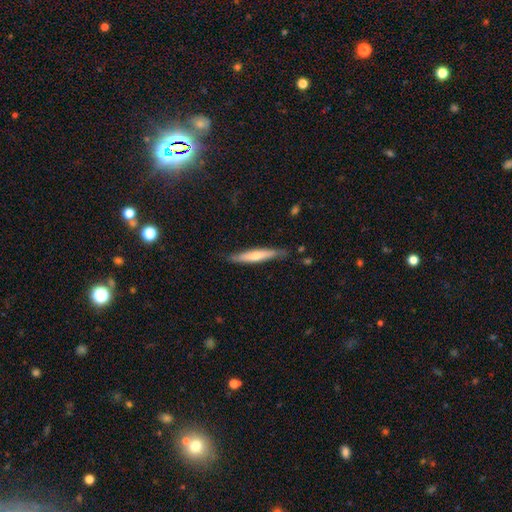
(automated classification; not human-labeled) A smooth galaxy with no disk features (57%) that is cigar-shaped (93%).

Vote fractions:
- Smooth or featured? smooth: 57% / featured or disk: 38% / star or artifact: 5%
- How rounded? cigar-shaped: 93% / in between: 6% / round: 1%
- Merging? none: 83% / minor disturbance: 14% / major disturbance: 2% / merger: 1%